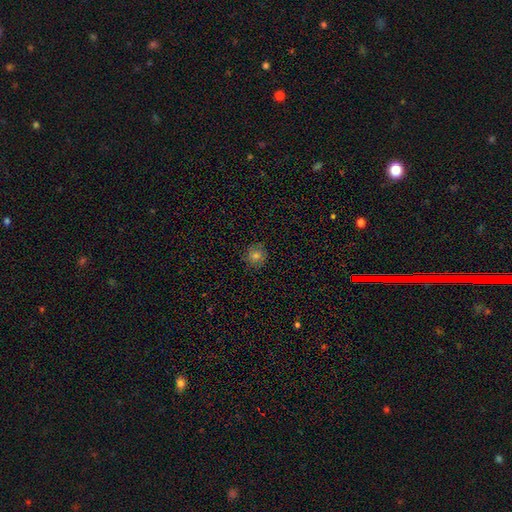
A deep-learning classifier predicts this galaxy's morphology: Overall: smooth (65%). How rounded: round (94%). Merging: none (87%).